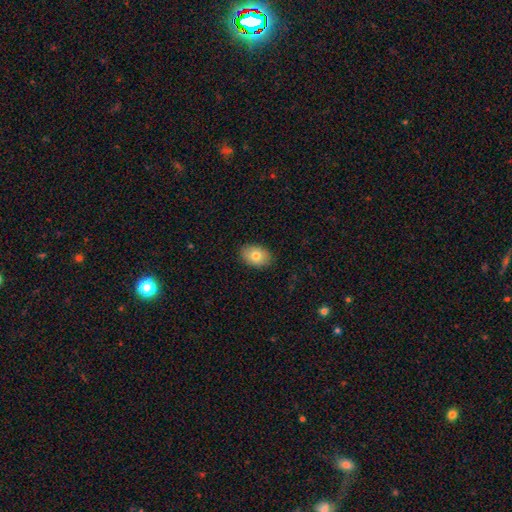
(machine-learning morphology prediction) A smooth galaxy with no disk features (79%) that is in between round and cigar-shaped (83%).

Vote fractions:
- Smooth or featured? smooth: 79% / featured or disk: 13% / star or artifact: 8%
- How rounded? in between: 83% / round: 16% / cigar-shaped: 1%
- Merging? none: 88% / minor disturbance: 9% / major disturbance: 2% / merger: 1%